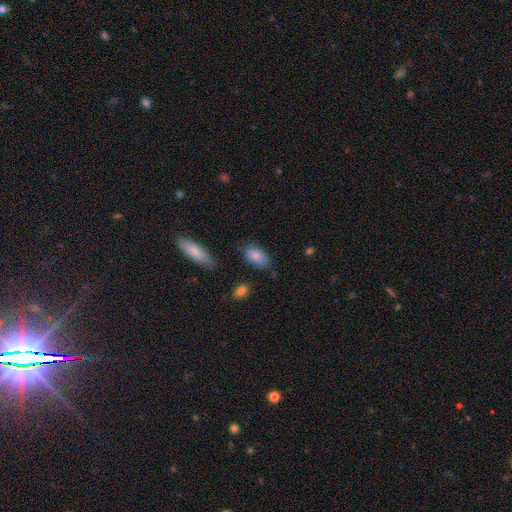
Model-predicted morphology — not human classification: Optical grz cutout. It shows a smooth galaxy with no disk features (82%) that is in between round and cigar-shaped (91%). Merging: none (72%).